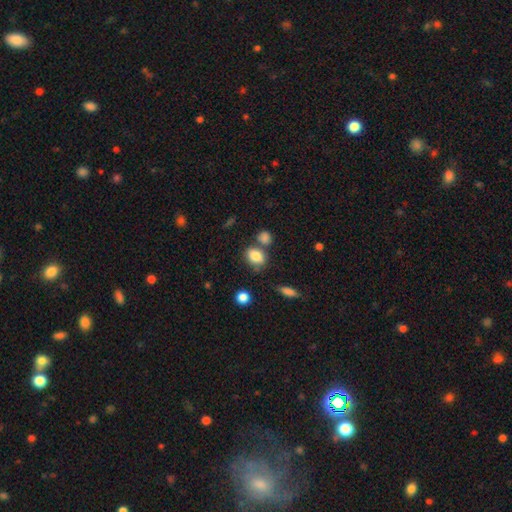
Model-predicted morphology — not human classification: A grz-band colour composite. It shows a smooth galaxy with no disk features (82%) that is in between round and cigar-shaped (68%). Merging: none (58%).